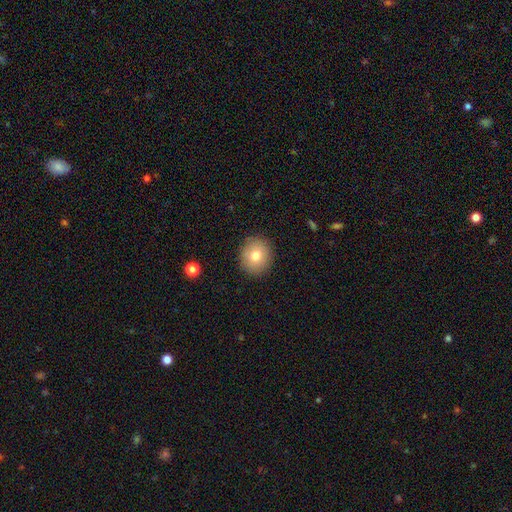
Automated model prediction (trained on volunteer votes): A smooth galaxy with no disk features (77%) that is round (84%). Merging: none (90%).